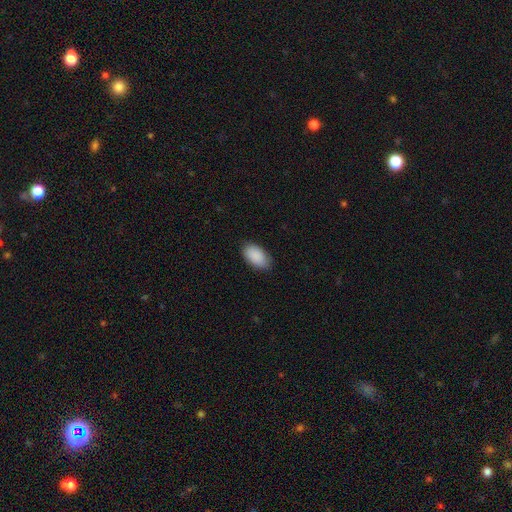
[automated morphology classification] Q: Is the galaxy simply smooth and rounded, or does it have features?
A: smooth — 91%.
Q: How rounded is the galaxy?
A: in between — 95%.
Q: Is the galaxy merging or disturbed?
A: none — 85%.